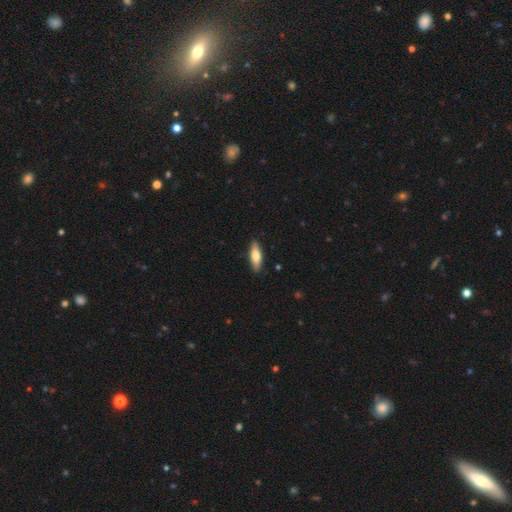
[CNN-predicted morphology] This appears to be a smooth galaxy with no disk features (68%) that is in between round and cigar-shaped (52%). Merging: none (88%).